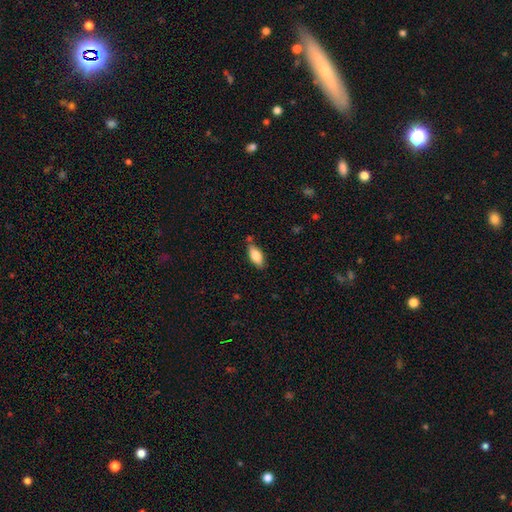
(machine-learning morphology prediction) This is clearly a smooth galaxy (81%). How rounded: clearly in between (81%). Merging: likely none (72%).